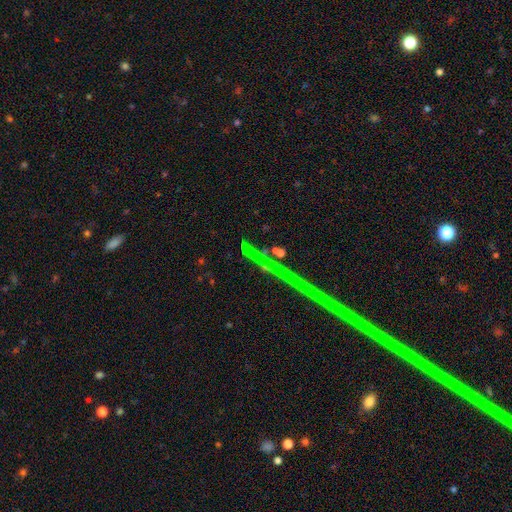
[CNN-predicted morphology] Smooth or featured?
  - star or artifact: 71% *
  - featured or disk: 17%
  - smooth: 12%